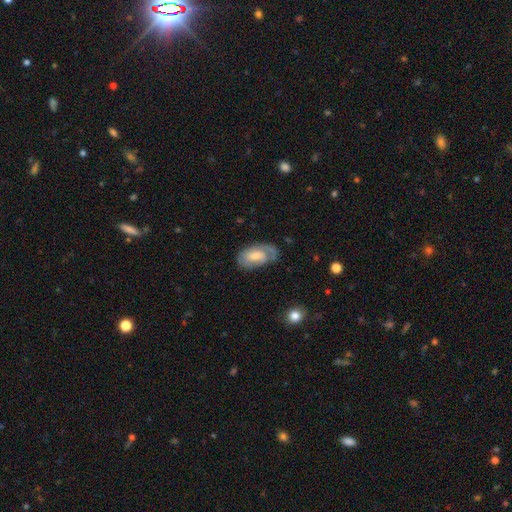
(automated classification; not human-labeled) Q: Smooth or featured?
A: featured or disk (56%); runner-up: smooth (38%)
Q: Edge-on disk?
A: no (94%); runner-up: yes (6%)
Q: Bar?
A: no (52%); runner-up: weak (39%)
Q: Spiral arms?
A: yes (81%); runner-up: no (19%)
Q: Bulge size?
A: moderate (42%); runner-up: small (38%)
Q: Merging?
A: none (59%); runner-up: minor disturbance (25%)